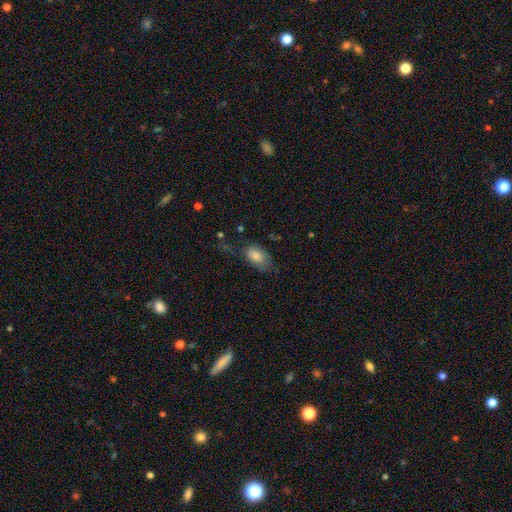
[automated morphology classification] Q: Smooth or featured?
A: smooth (78%); runner-up: featured or disk (13%)
Q: How rounded?
A: in between (90%); runner-up: round (7%)
Q: Merging?
A: none (54%); runner-up: minor disturbance (28%)